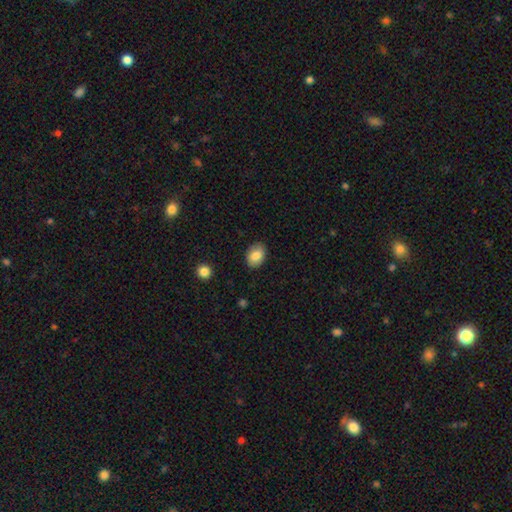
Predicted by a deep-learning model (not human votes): Q: Smooth or featured?
A: smooth (84%); runner-up: featured or disk (9%)
Q: How rounded?
A: in between (77%); runner-up: round (22%)
Q: Merging?
A: none (86%); runner-up: minor disturbance (10%)